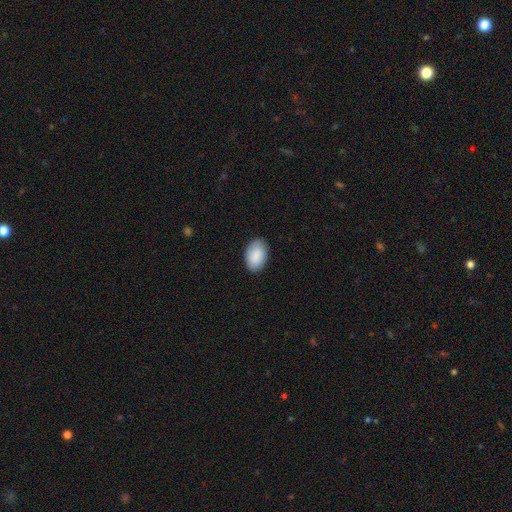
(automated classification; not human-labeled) Overall: smooth (90%). How rounded: in between (92%). Merging: none (87%).